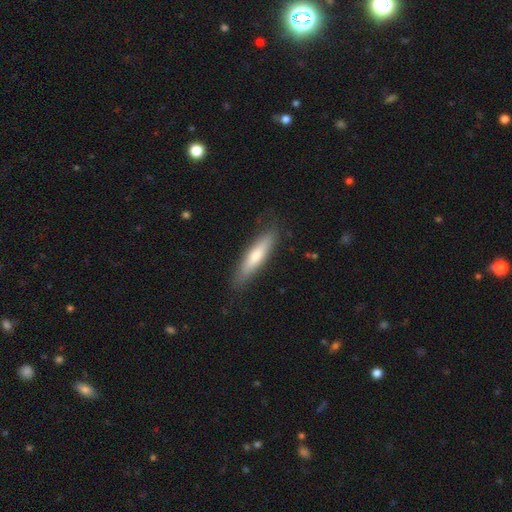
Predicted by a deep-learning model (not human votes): A smooth galaxy with no disk features (63%) that is cigar-shaped (80%). Merging: none (85%).